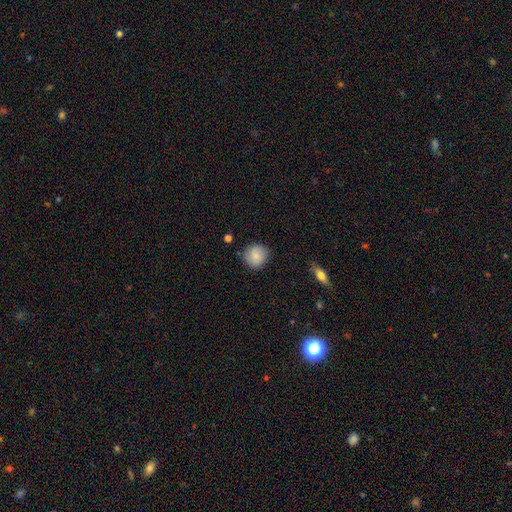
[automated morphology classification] Smooth or featured? smooth (81%)
How rounded? round (90%)
Merging? none (84%)